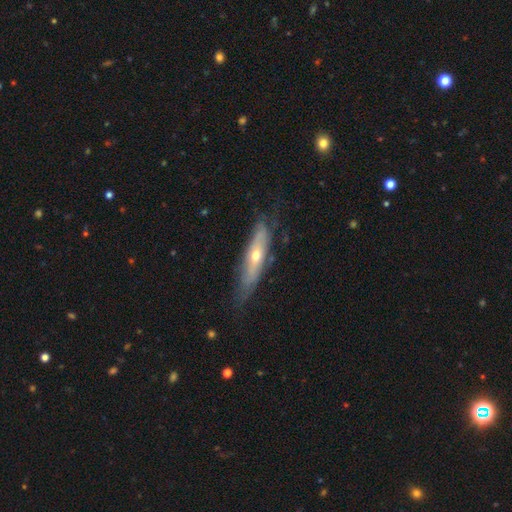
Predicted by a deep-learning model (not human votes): Smooth or featured? featured or disk (58%)
Edge-on disk? yes (52%)
Merging? none (67%)